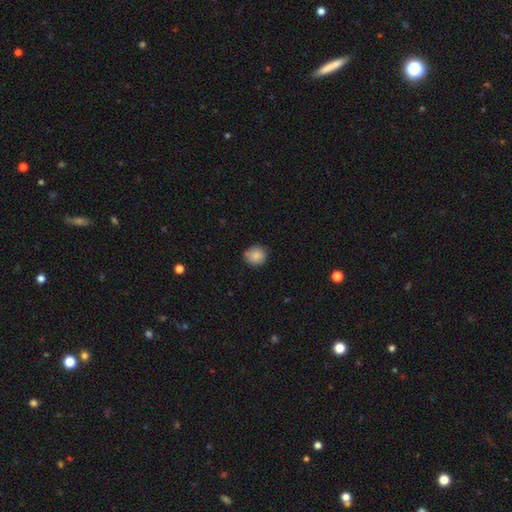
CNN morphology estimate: The model was most divided on "merging": none: 79%, minor disturbance: 16%, major disturbance: 3%, merger: 2%. More confident: smooth or featured — smooth (87%); how rounded — round (86%).